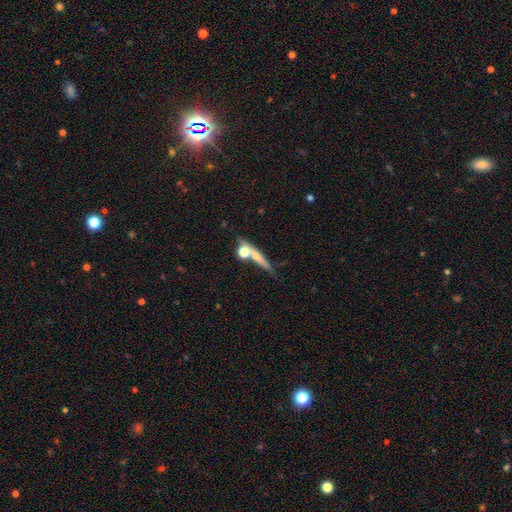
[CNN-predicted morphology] Q: Smooth or featured?
A: smooth (48%); runner-up: featured or disk (41%)
Q: Merging?
A: none (57%); runner-up: merger (23%)